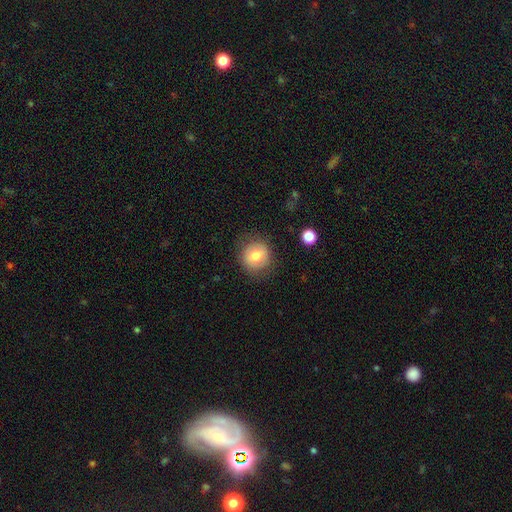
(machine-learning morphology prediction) The model was most divided on "smooth or featured": smooth: 73%, featured or disk: 19%, star or artifact: 9%. More confident: how rounded — round (87%); merging — none (81%).